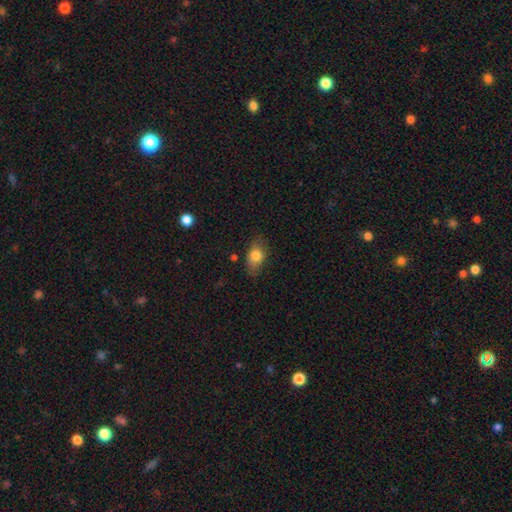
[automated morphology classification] smooth_or_featured: smooth (p=0.77) [alt: featured or disk p=0.15]
how_rounded: in between (p=0.80) [alt: round p=0.17]
merging: none (p=0.72) [alt: minor disturbance p=0.21]